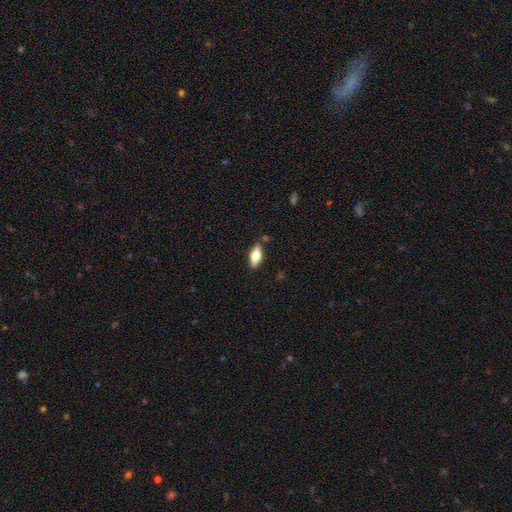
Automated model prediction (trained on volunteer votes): Smooth or featured? smooth (69%)
How rounded? in between (75%)
Merging? none (84%)